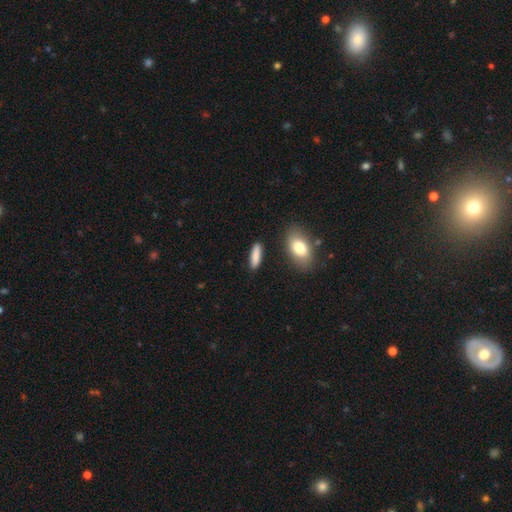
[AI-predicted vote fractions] smooth-or-featured: smooth: 86% | featured or disk: 8% | star or artifact: 6%
  how-rounded: cigar-shaped: 60% | in between: 38% | round: 3%
  merging: none: 86% | minor disturbance: 9% | merger: 3% | major disturbance: 2%